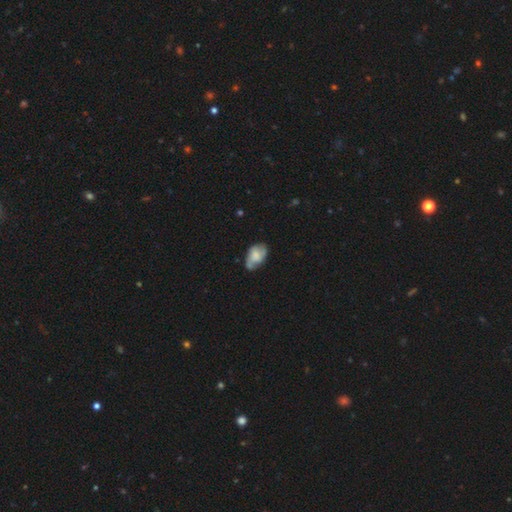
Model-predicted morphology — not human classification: Q: Smooth or featured?
A: smooth (57%); runner-up: featured or disk (35%)
Q: How rounded?
A: in between (89%); runner-up: round (10%)
Q: Merging?
A: none (49%); runner-up: minor disturbance (33%)